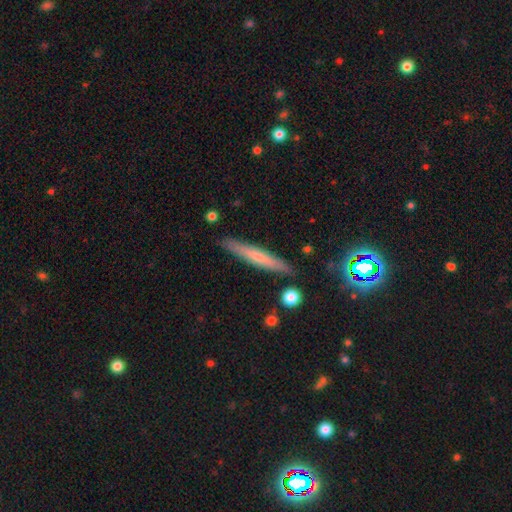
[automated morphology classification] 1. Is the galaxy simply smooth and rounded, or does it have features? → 52% smooth, 40% featured or disk, 8% star or artifact.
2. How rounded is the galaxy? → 94% cigar-shaped, 4% in between, 2% round.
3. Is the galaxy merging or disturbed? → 88% none, 8% minor disturbance, 2% merger, 2% major disturbance.